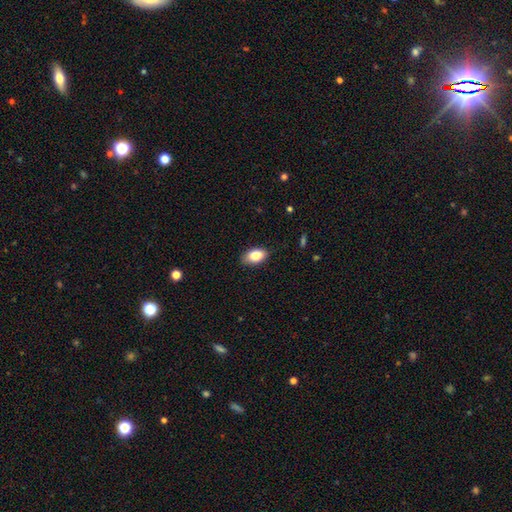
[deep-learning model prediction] Smooth or featured? Predicted: smooth (p=0.83). How rounded? Predicted: in between (p=0.91). Merging? Predicted: none (p=0.85).